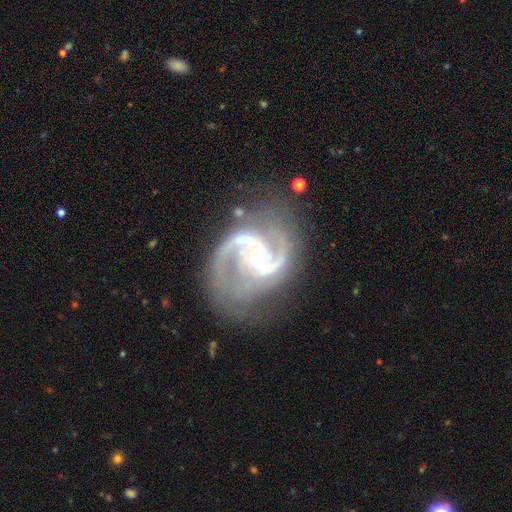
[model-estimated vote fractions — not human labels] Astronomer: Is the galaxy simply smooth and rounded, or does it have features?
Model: featured or disk — 93%.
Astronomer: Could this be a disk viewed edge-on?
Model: no — 98%.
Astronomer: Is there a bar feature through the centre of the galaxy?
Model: no — 47% (runner-up: weak, 37%).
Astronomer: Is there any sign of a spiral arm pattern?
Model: yes — 98%.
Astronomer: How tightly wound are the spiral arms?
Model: medium — 63%.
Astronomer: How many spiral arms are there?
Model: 2 — 86%.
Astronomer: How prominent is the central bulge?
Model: small — 60% (runner-up: moderate, 36%).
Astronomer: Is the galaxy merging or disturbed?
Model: none — 62%.